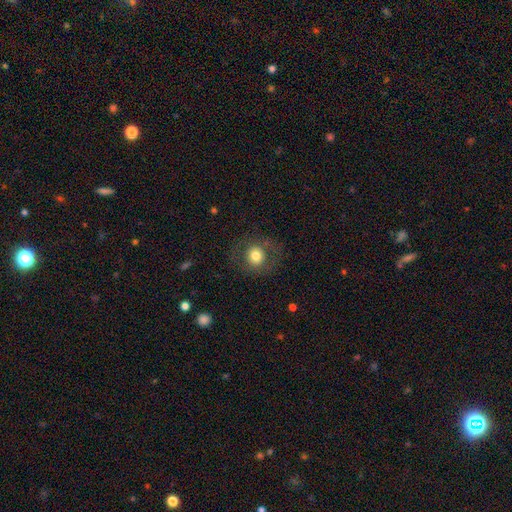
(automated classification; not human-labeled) This appears to be a smooth galaxy with no disk features (71%) that is round (88%). Merging: none (81%).